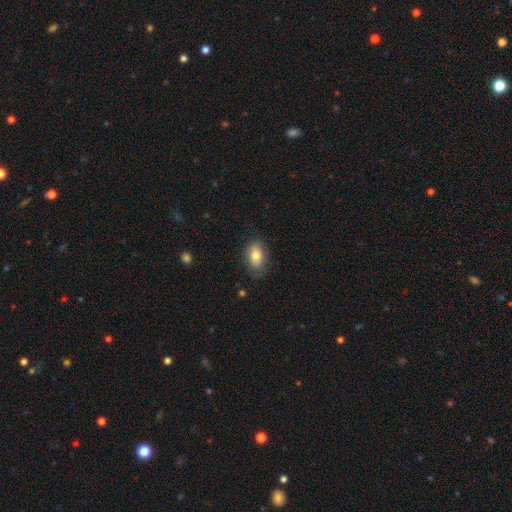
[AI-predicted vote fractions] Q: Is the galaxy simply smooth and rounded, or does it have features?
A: smooth — 75%.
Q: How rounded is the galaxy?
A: in between — 87%.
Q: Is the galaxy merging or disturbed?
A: none — 75%.